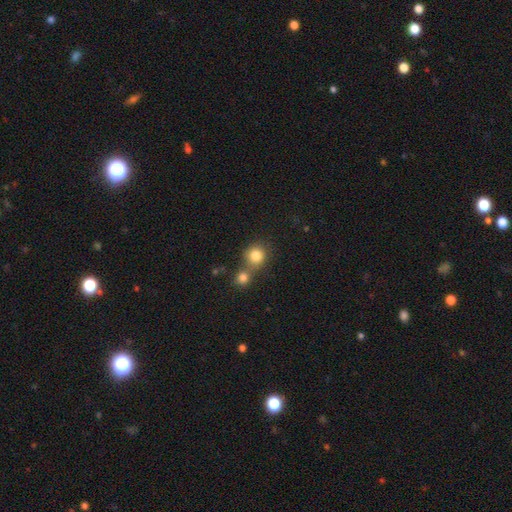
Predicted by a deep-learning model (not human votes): Morphology: type=smooth (82%); roundness=round (87%); merging=none (49%).